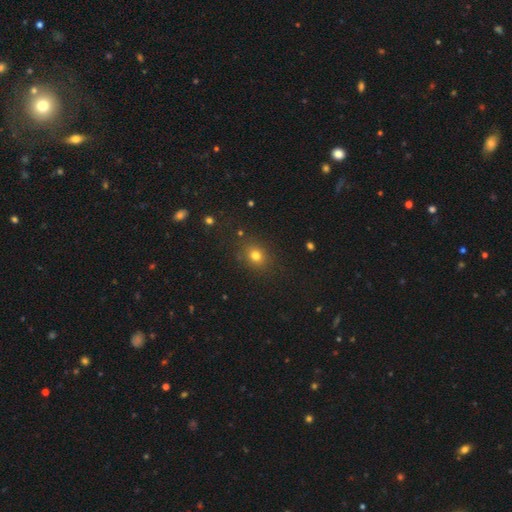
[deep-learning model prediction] Smooth or featured?
  - smooth: 75% *
  - star or artifact: 17%
  - featured or disk: 8%
How rounded?
  - round: 61% *
  - in between: 37%
  - cigar-shaped: 1%
Merging?
  - none: 84% *
  - minor disturbance: 10%
  - major disturbance: 4%
  - merger: 2%